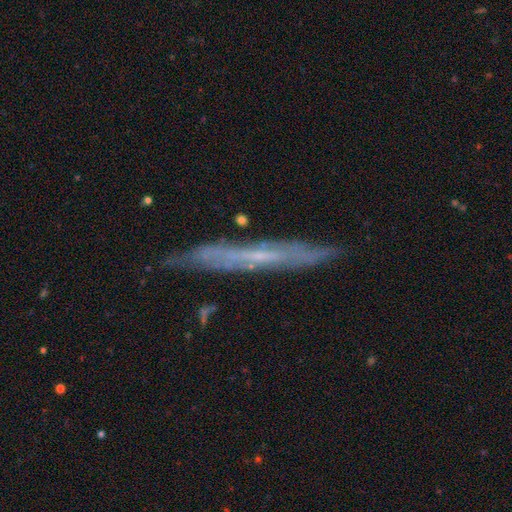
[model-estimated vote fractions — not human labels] smooth-or-featured: featured or disk: 66% | smooth: 27% | star or artifact: 8%
  disk-edge-on: yes: 82% | no: 18%
    edge-on-bulge: none: 78% | rounded: 18% | boxy: 4%
  merging: none: 79% | minor disturbance: 17% | major disturbance: 3% | merger: 2%